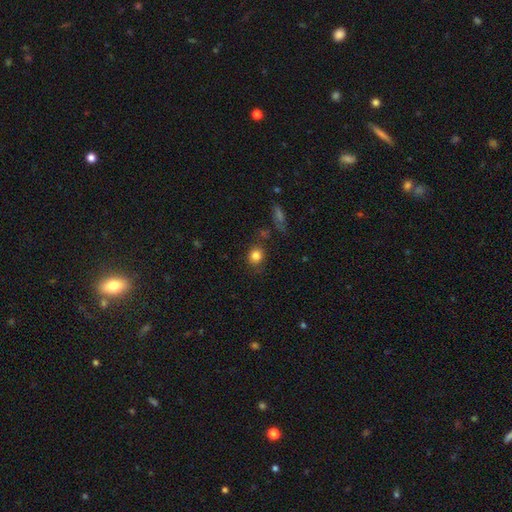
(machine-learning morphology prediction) Smooth or featured? Predicted: smooth (p=0.83). How rounded? Predicted: round (p=0.82). Merging? Predicted: none (p=0.80).